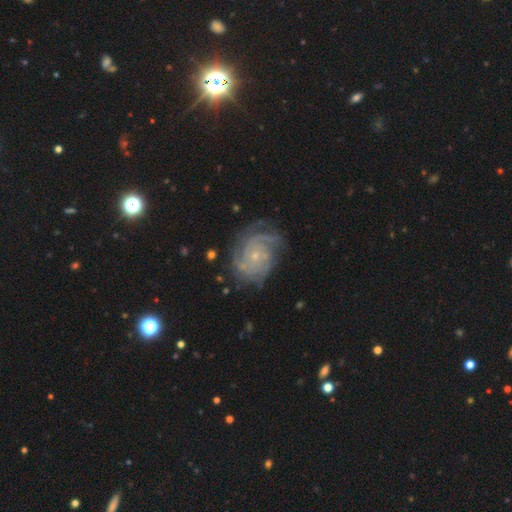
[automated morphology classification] Overall: featured or disk (86%). Edge-on disk: no (98%). Bar: no (78%). Spiral arms: yes (97%). Spiral arm count: can't tell (26%; 3 24%). Spiral winding: tight (65%; medium 29%). Bulge size: small (79%). Merging: none (69%).